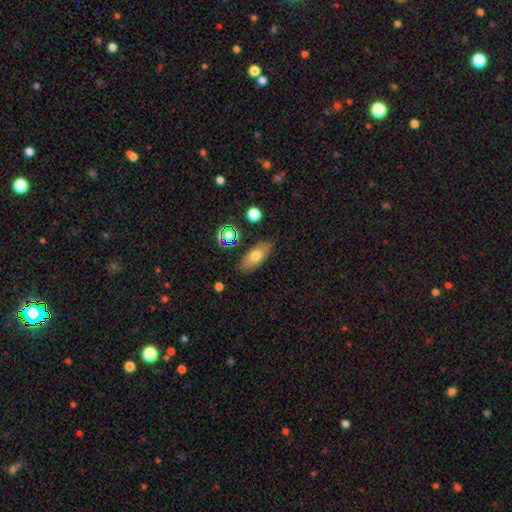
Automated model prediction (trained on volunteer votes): Smooth or featured?
  - smooth: 68% *
  - featured or disk: 23%
  - star or artifact: 9%
How rounded?
  - in between: 76% *
  - cigar-shaped: 19%
  - round: 5%
Merging?
  - none: 84% *
  - minor disturbance: 11%
  - major disturbance: 3%
  - merger: 2%